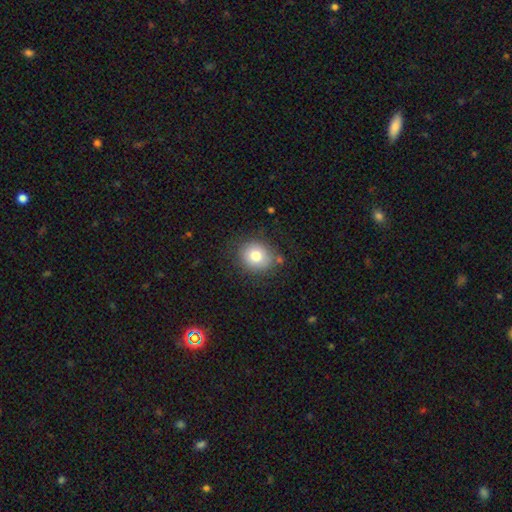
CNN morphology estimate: type=smooth (79%); roundness=round (72%); merging=none (80%).